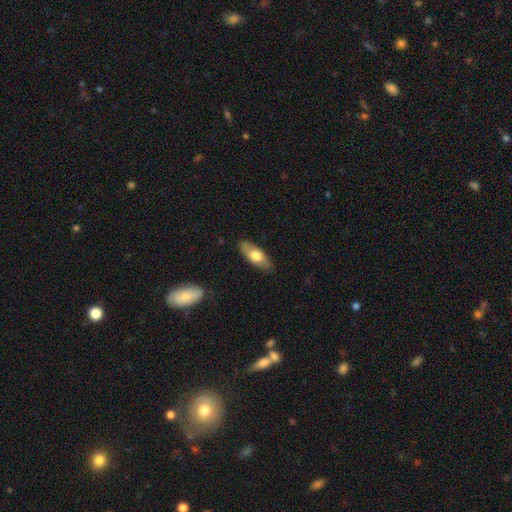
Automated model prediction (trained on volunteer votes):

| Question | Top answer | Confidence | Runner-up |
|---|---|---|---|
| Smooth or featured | smooth | 65% | featured or disk (30%) |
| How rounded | in between | 77% | cigar-shaped (20%) |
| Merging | none | 85% | minor disturbance (12%) |